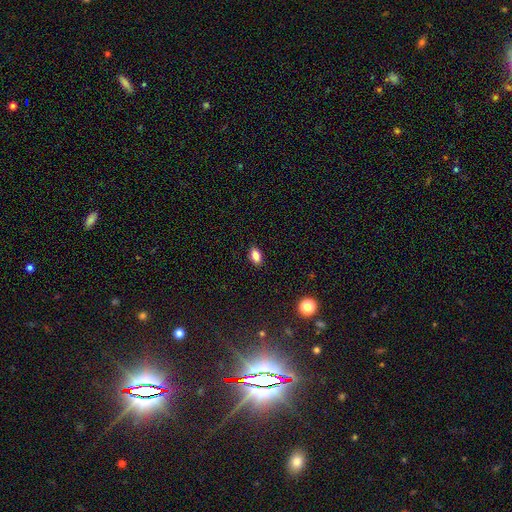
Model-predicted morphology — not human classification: This appears to be a smooth galaxy with no disk features (83%) that is in between round and cigar-shaped (87%). Merging: none (89%).